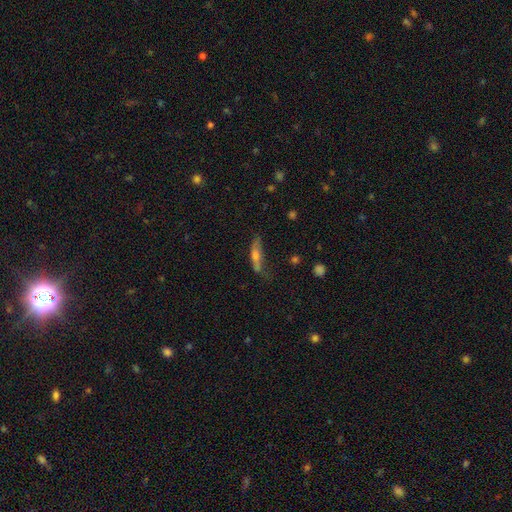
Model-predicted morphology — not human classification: Smooth or featured? Predicted: smooth (p=0.52). How rounded? Predicted: cigar-shaped (p=0.69). Merging? Predicted: none (p=0.52).